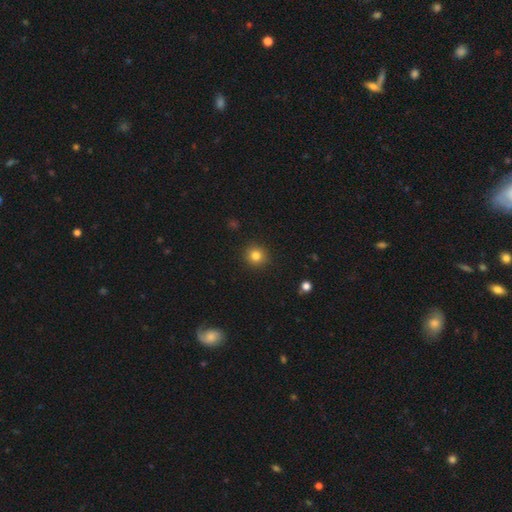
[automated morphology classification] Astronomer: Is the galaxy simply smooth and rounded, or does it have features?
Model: smooth — 82%.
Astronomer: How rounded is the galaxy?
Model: round — 92%.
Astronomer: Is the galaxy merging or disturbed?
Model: none — 91%.